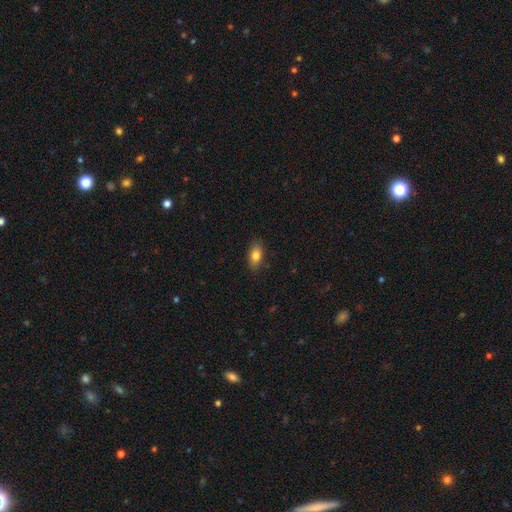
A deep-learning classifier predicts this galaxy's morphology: Smooth or featured? Predicted: smooth (p=0.81). How rounded? Predicted: in between (p=0.88). Merging? Predicted: none (p=0.85).